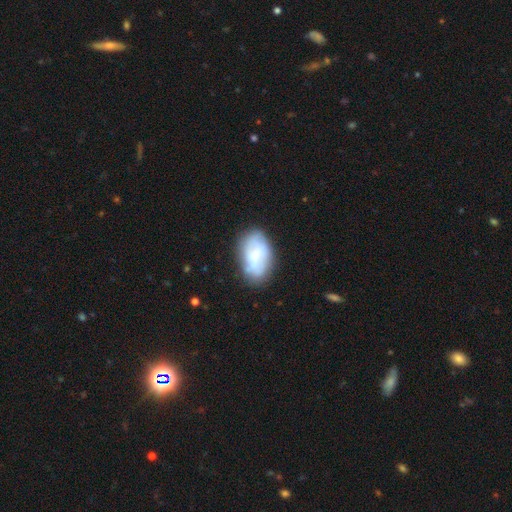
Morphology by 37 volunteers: Smooth or featured?
  - smooth: 57% *
  - featured or disk: 41%
  - star or artifact: 3%
How rounded?
  - in between: 95% *
  - round: 5%
  - cigar-shaped: 0%
Merging?
  - none: 44% * (tied)
  - minor disturbance: 44% * (tied)
  - merger: 8%
  - major disturbance: 3%